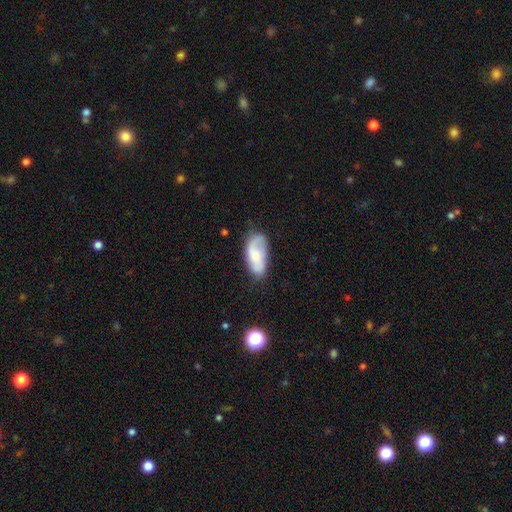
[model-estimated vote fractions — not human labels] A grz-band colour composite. It shows a smooth galaxy with no disk features (54%) that is in between round and cigar-shaped (91%). Merging: none (56%).